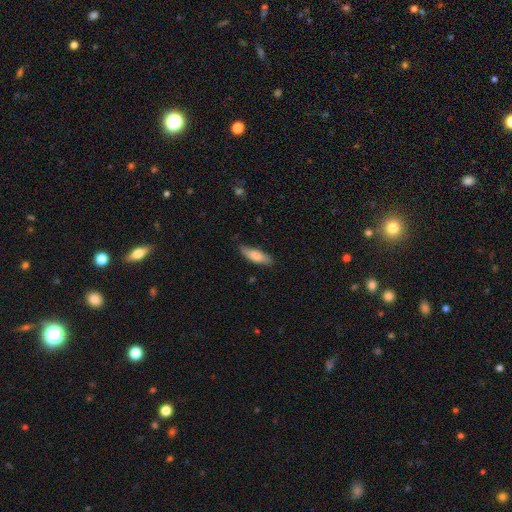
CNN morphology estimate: smooth_or_featured: smooth (p=0.76) [alt: featured or disk p=0.18]
how_rounded: in between (p=0.51) [alt: cigar-shaped p=0.47]
merging: none (p=0.75) [alt: minor disturbance p=0.20]